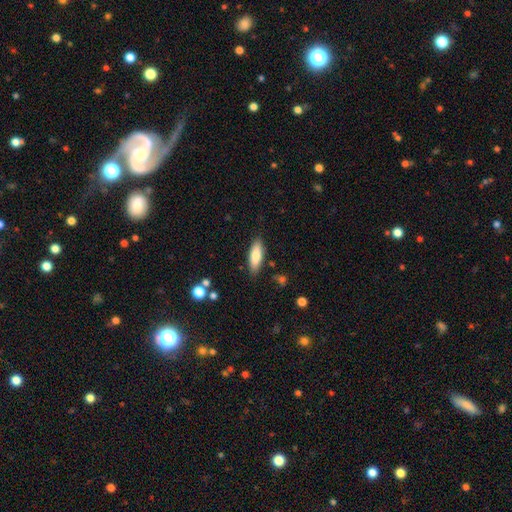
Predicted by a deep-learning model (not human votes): Overall: smooth (80%). How rounded: in between (59%; cigar-shaped 39%). Merging: none (85%).